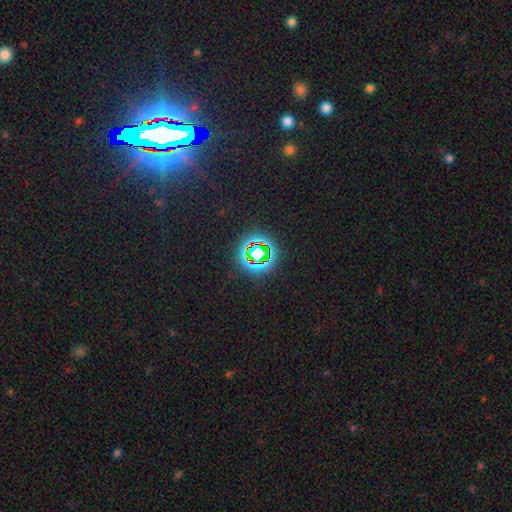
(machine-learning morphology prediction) This is likely a star or artifact rather than a galaxy (77%).